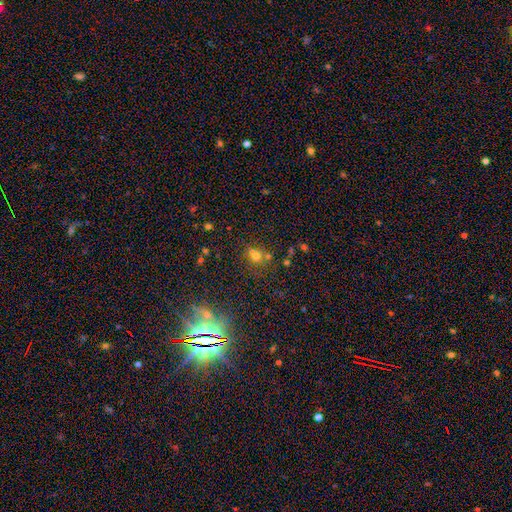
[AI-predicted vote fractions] Morphology: type=smooth (57%); roundness=round (78%); merging=none (53%).